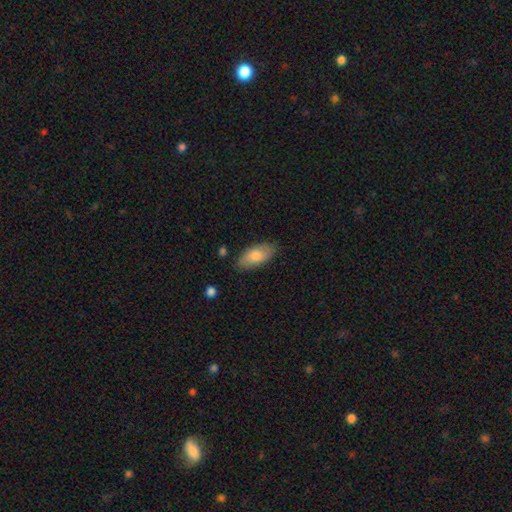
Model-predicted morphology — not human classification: This appears to be a smooth galaxy with no disk features (77%) that is in between round and cigar-shaped (91%). Merging: none (83%).